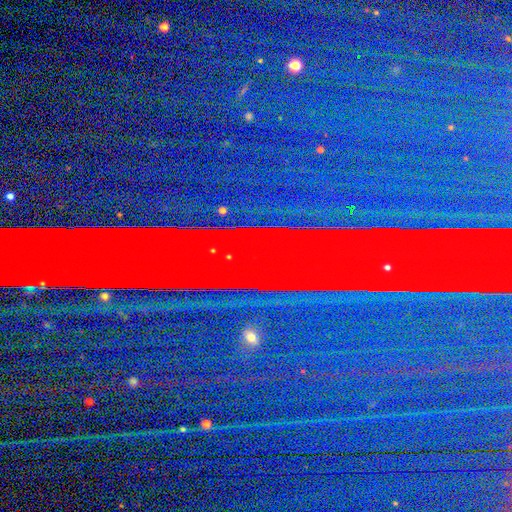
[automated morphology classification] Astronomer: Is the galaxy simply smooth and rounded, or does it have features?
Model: star or artifact — 86%.